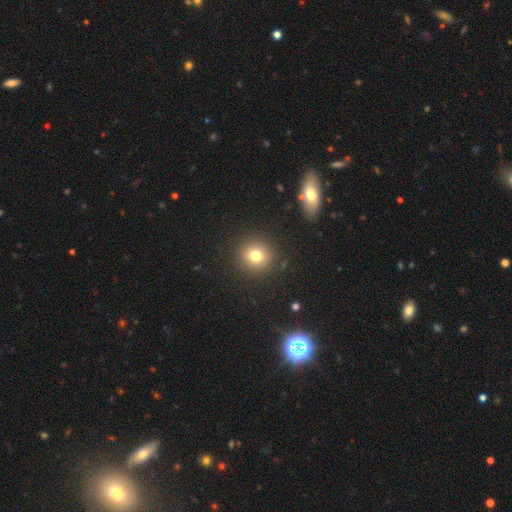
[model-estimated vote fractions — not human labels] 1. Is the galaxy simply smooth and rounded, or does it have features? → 77% smooth, 14% star or artifact, 8% featured or disk.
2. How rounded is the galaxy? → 92% round, 7% in between, 1% cigar-shaped.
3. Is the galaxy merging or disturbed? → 90% none, 6% minor disturbance, 3% major disturbance, 1% merger.